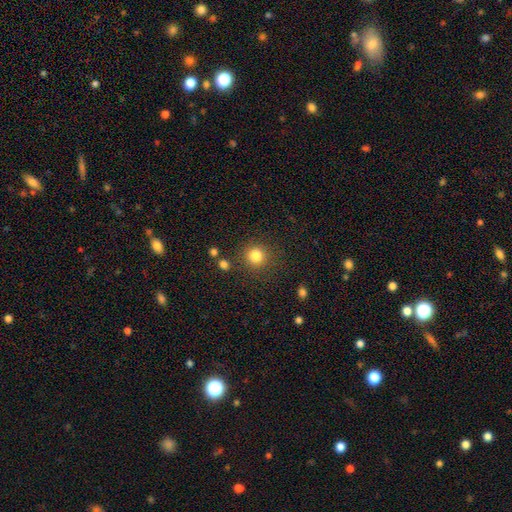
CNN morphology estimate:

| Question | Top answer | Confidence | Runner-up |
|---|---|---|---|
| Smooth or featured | smooth | 82% | star or artifact (12%) |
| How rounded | round | 93% | in between (6%) |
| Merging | none | 86% | minor disturbance (8%) |